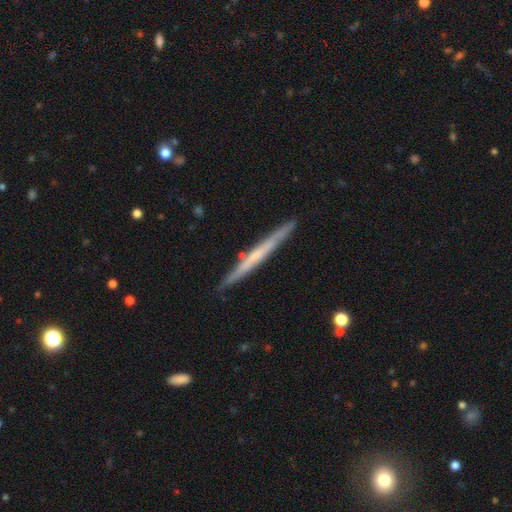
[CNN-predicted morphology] featured or disk 57%, smooth 37%, star or artifact 6%. Down the decision tree: edge-on disk — yes (97%); edge-on bulge — none (76%); merging — none (88%).